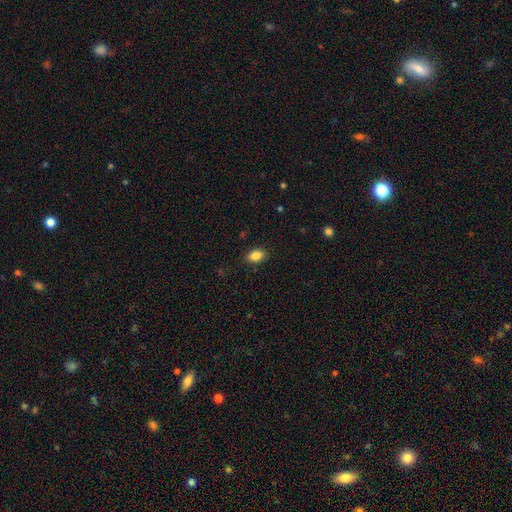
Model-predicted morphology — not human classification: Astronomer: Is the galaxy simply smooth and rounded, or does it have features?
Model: smooth — 86%.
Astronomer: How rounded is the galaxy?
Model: in between — 84%.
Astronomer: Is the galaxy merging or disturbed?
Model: none — 86%.